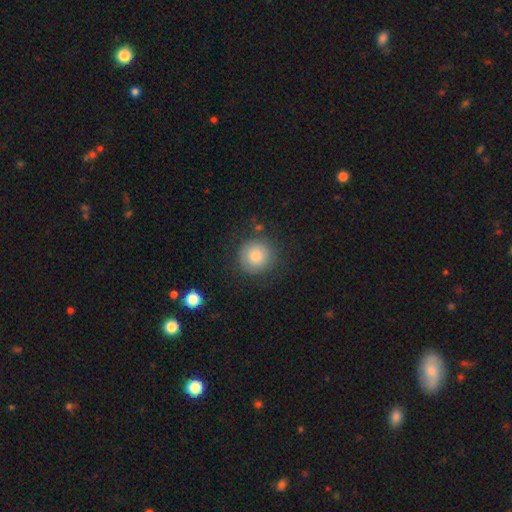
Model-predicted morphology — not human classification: Smooth or featured? smooth (81%)
How rounded? round (94%)
Merging? none (83%)